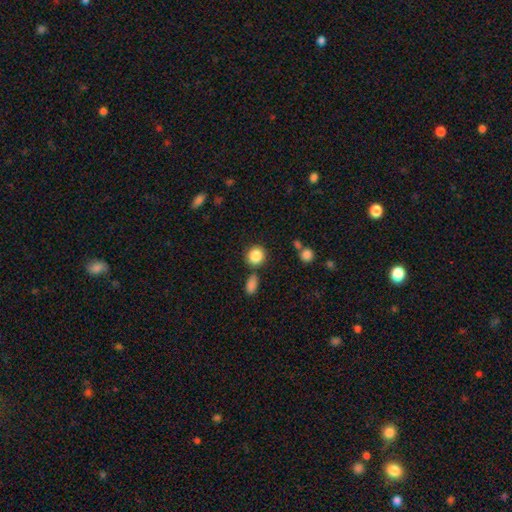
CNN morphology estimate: Smooth or featured: smooth — 86% (star or artifact — 9%)
How rounded: round — 84% (in between — 15%)
Merging: none — 76% (minor disturbance — 11%)